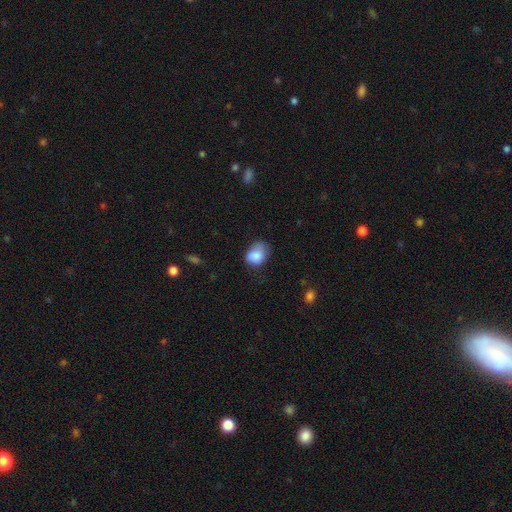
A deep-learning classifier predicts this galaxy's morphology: Smooth or featured? Predicted: smooth (p=0.83). How rounded? Predicted: in between (p=0.62). Merging? Predicted: none (p=0.44).